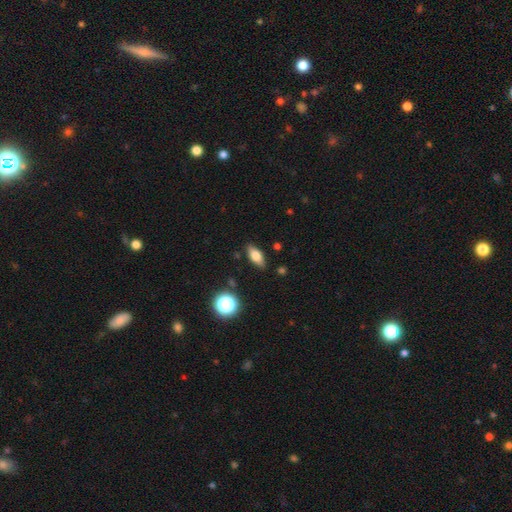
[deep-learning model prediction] This appears to be a smooth galaxy with no disk features (69%) that is in between round and cigar-shaped (76%). Merging: none (85%).